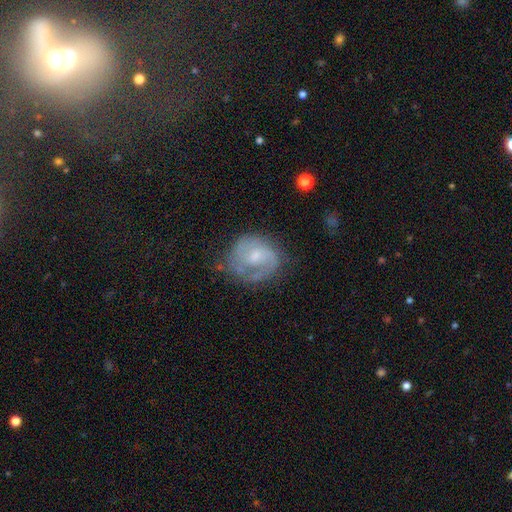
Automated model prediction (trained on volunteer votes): featured or disk 69%, smooth 24%, star or artifact 7%. Down the decision tree: edge-on disk — no (98%); bar — no (54%); spiral arms — yes (83%); spiral arm count — 2 (46%); spiral winding — tight (42%); bulge size — small (49%); merging — none (55%).